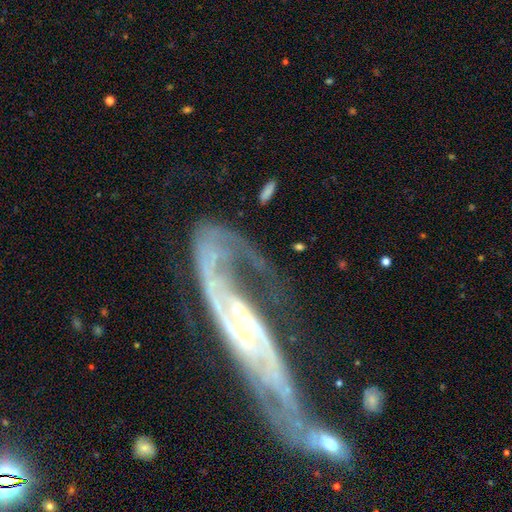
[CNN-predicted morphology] Overall: featured or disk (87%). Edge-on disk: no (84%). Bar: weak (35%; strong 33%). Spiral arms: yes (94%). Spiral arm count: 2 (73%). Spiral winding: medium (44%; loose 28%). Bulge size: small (69%). Merging: none (38%; major disturbance 26%).